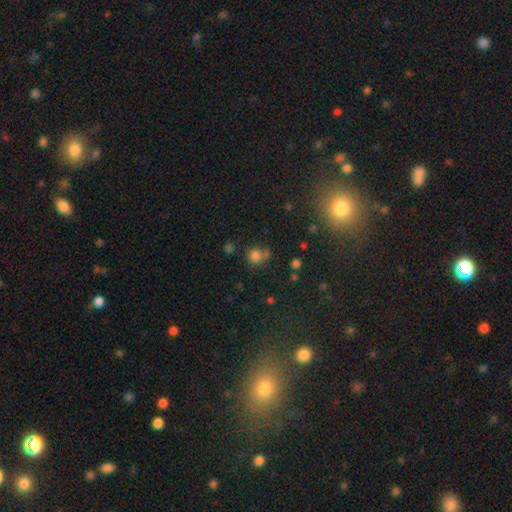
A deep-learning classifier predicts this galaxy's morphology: smooth-or-featured: smooth: 76% | star or artifact: 18% | featured or disk: 7%
  how-rounded: round: 87% | in between: 12% | cigar-shaped: 1%
  merging: none: 60% | merger: 23% | minor disturbance: 12% | major disturbance: 5%